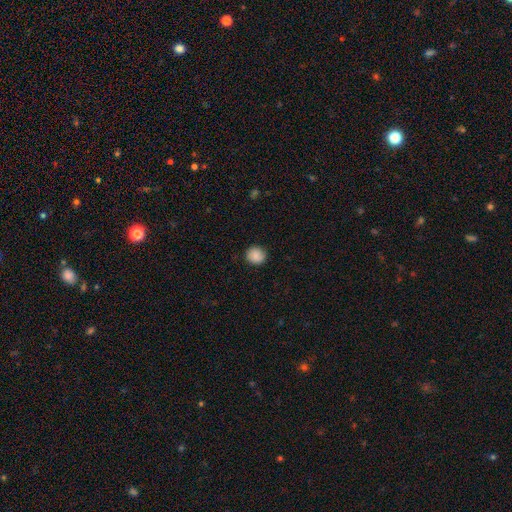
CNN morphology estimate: A smooth galaxy with no disk features (87%) that is round (86%).

Vote fractions:
- Smooth or featured? smooth: 87% / star or artifact: 8% / featured or disk: 4%
- How rounded? round: 86% / in between: 13% / cigar-shaped: 1%
- Merging? none: 89% / minor disturbance: 8% / major disturbance: 2% / merger: 1%